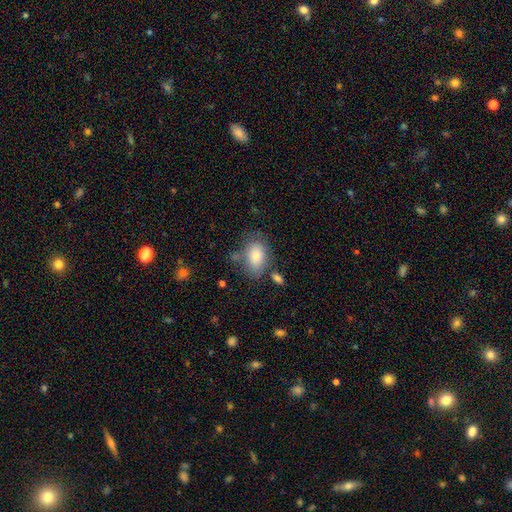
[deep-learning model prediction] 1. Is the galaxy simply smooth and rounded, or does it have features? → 80% smooth, 12% featured or disk, 8% star or artifact.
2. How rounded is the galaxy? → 87% in between, 11% round, 2% cigar-shaped.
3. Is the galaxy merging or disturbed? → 66% none, 20% minor disturbance, 8% merger, 6% major disturbance.